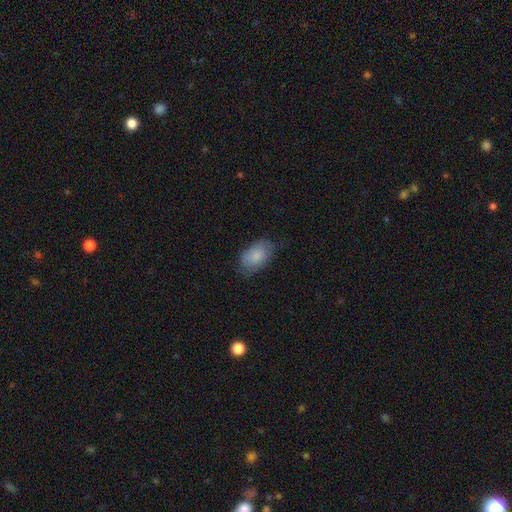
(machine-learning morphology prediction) Smooth or featured? Predicted: smooth (p=0.83). How rounded? Predicted: in between (p=0.92). Merging? Predicted: none (p=0.72).